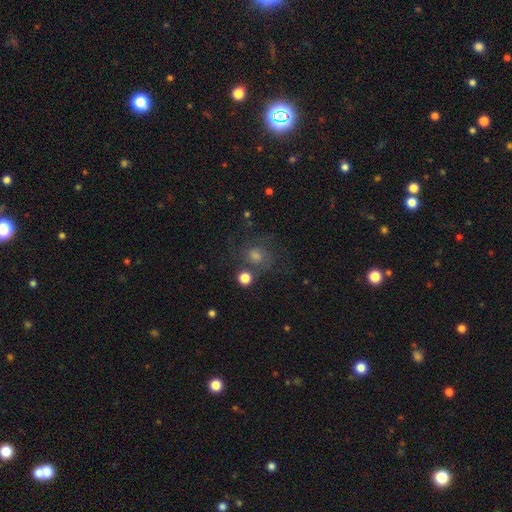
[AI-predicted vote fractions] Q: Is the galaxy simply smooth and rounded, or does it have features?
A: featured or disk — 37%.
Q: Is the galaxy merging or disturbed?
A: none — 66%.